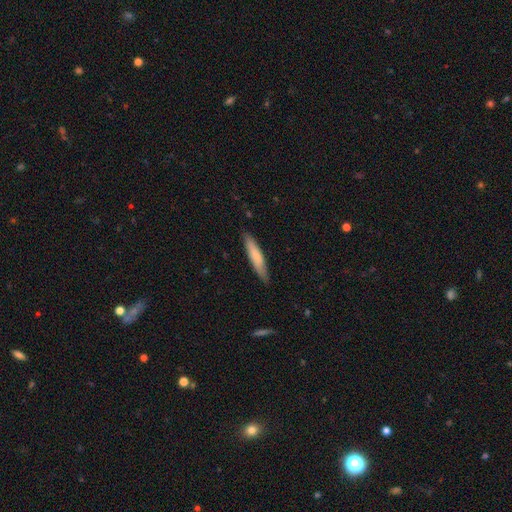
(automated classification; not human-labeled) A smooth galaxy with no disk features (71%) that is cigar-shaped (87%). Merging: none (85%).